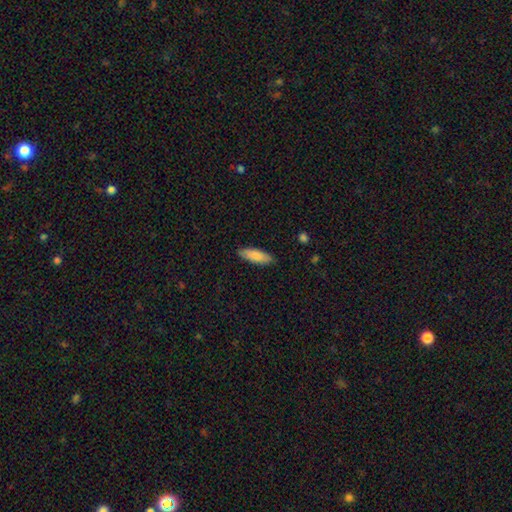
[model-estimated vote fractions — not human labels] Smooth or featured: smooth — 82% (featured or disk — 12%)
How rounded: in between — 56% (cigar-shaped — 42%)
Merging: none — 87% (minor disturbance — 10%)